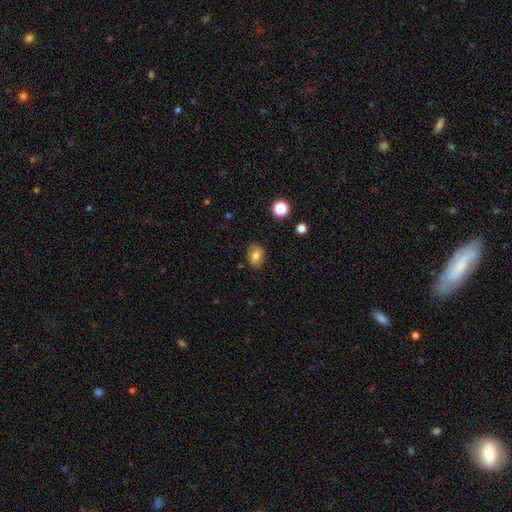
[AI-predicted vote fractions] smooth_or_featured: smooth (p=0.78) [alt: featured or disk p=0.12]
how_rounded: in between (p=0.73) [alt: round p=0.26]
merging: none (p=0.81) [alt: minor disturbance p=0.14]